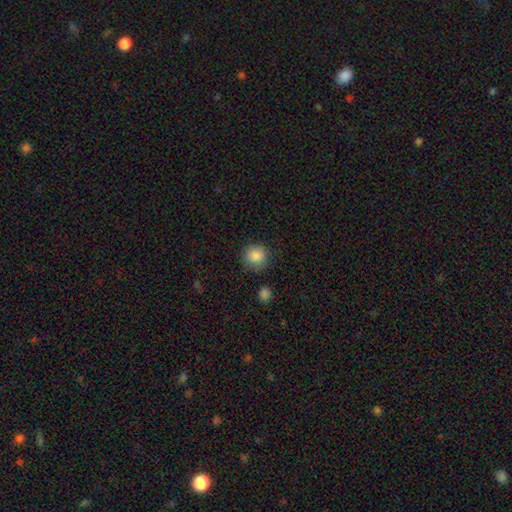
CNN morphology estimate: smooth 87%, star or artifact 9%, featured or disk 4%. Down the decision tree: how rounded — round (90%); merging — none (83%).